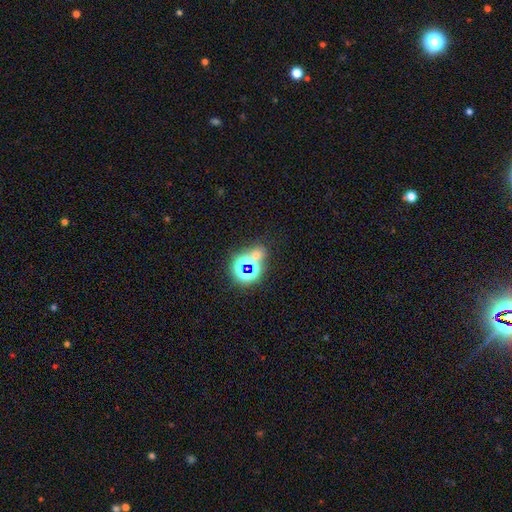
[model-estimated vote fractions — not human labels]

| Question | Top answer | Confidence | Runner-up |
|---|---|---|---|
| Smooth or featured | star or artifact | 53% | smooth (38%) |